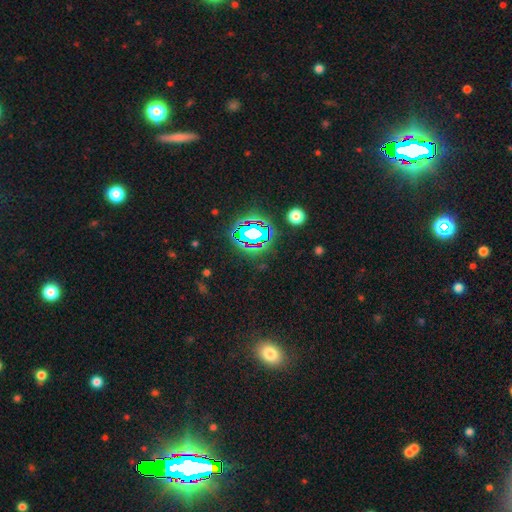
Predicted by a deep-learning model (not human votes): Morphology: type=star or artifact (69%).